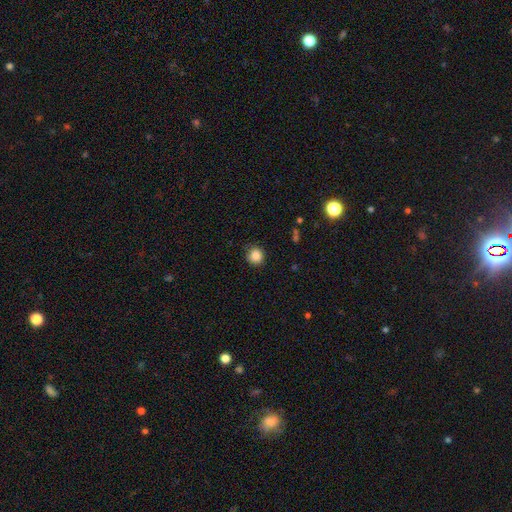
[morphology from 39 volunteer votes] smooth-or-featured: smooth: 85% | featured or disk: 10% | star or artifact: 5%
  how-rounded: round: 100% | in between: 0% | cigar-shaped: 0%
  merging: none: 89% | minor disturbance: 8% | merger: 3% | major disturbance: 0%